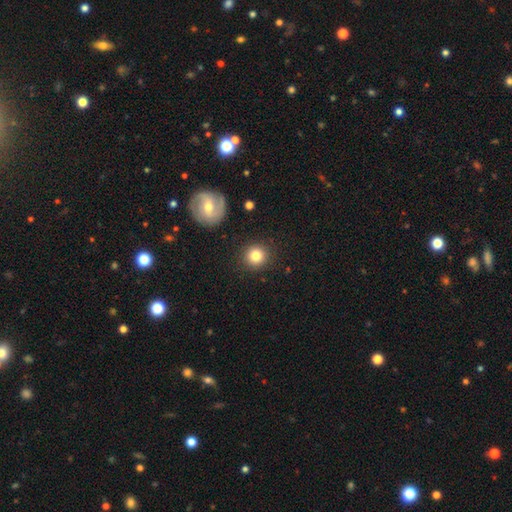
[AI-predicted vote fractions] This appears to be a smooth galaxy with no disk features (82%) that is round (92%). Merging: none (89%).